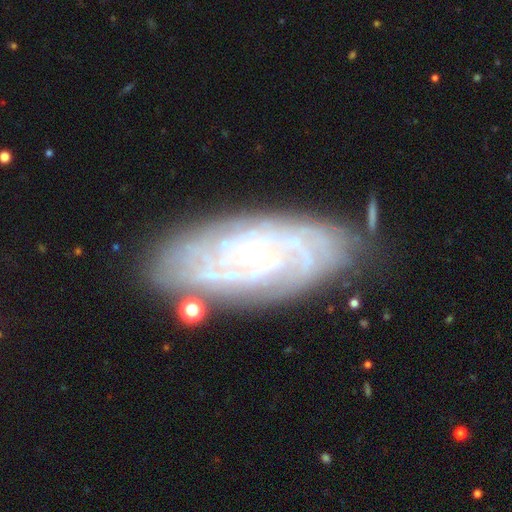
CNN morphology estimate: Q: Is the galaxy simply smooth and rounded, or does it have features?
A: featured or disk — 86%.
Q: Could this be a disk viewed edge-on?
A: no — 93%.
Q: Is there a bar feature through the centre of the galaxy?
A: no — 68%.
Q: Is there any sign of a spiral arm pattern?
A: yes — 97%.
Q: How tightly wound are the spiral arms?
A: tight — 80%.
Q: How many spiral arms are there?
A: can't tell — 29%.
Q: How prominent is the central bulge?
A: small — 84%.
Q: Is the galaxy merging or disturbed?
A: none — 77%.